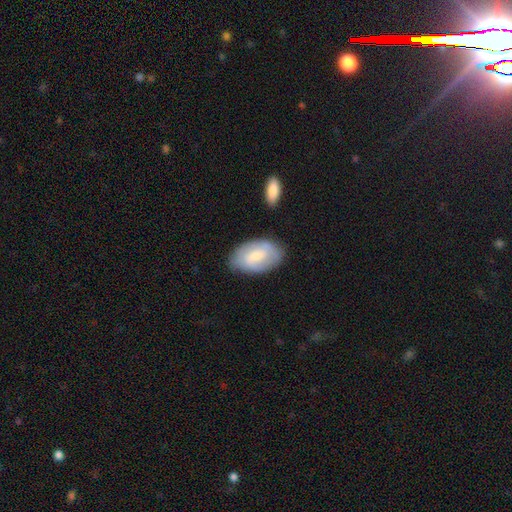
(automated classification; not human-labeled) The model was most divided on "smooth or featured": smooth: 51%, featured or disk: 42%, star or artifact: 7%. More confident: how rounded — in between (93%); merging — none (75%).